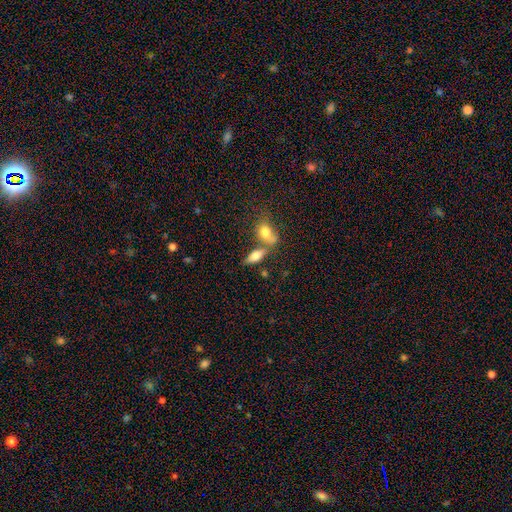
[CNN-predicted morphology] smooth-or-featured: smooth: 63% | featured or disk: 29% | star or artifact: 9%
  how-rounded: in between: 65% | cigar-shaped: 28% | round: 7%
  merging: none: 49% | merger: 36% | minor disturbance: 10% | major disturbance: 5%